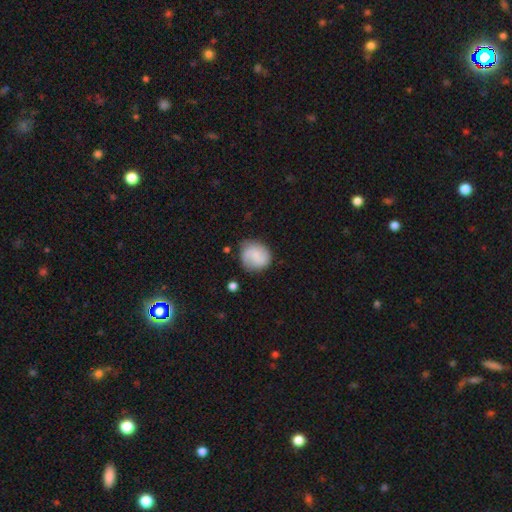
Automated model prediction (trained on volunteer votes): The model was most divided on "smooth or featured": smooth: 49%, featured or disk: 44%, star or artifact: 7%. More confident: merging — none (71%).